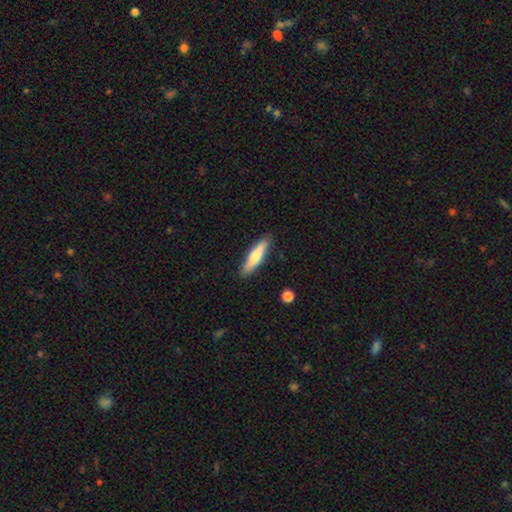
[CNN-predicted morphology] This appears to be a smooth galaxy with no disk features (69%) that is cigar-shaped (78%). Merging: none (87%).